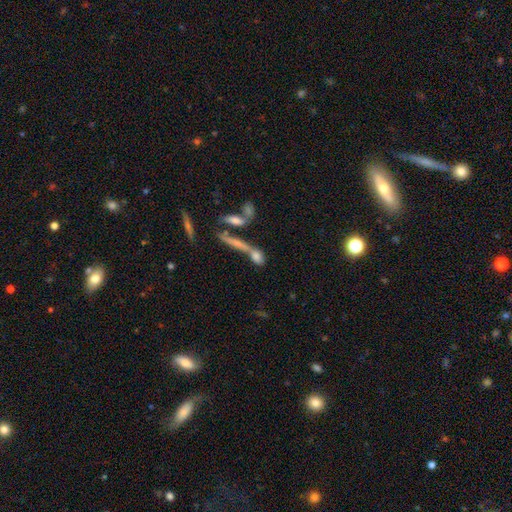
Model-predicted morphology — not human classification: A featured or disk galaxy (38%).

Vote fractions:
- Smooth or featured? featured or disk: 38% / smooth: 35% / star or artifact: 27%
- Merging? none: 43% / merger: 37% / minor disturbance: 11% / major disturbance: 9%